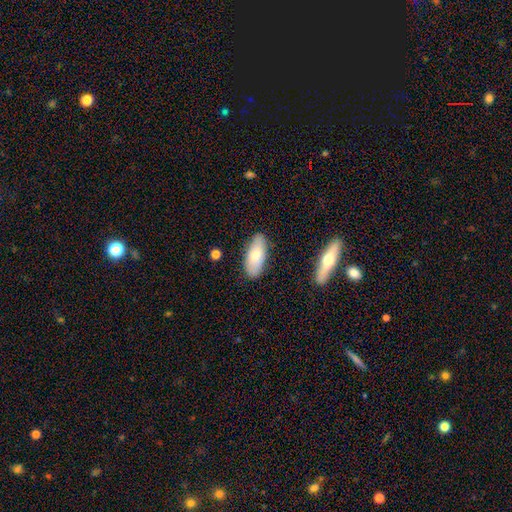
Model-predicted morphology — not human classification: Smooth or featured?
  - smooth: 72% *
  - featured or disk: 22%
  - star or artifact: 6%
How rounded?
  - in between: 85% *
  - cigar-shaped: 13%
  - round: 2%
Merging?
  - none: 85% *
  - minor disturbance: 11%
  - major disturbance: 2%
  - merger: 2%